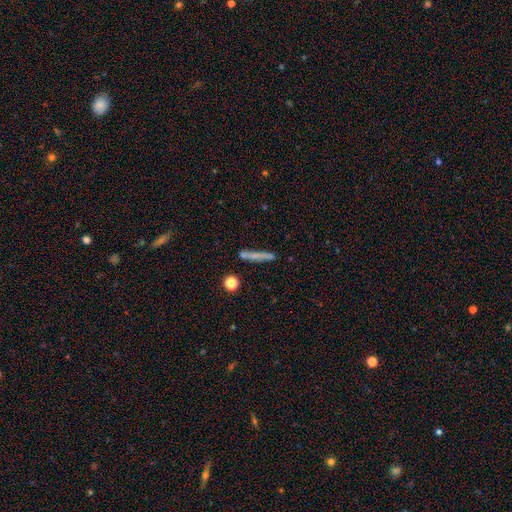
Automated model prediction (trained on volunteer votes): Morphology: type=smooth (58%); roundness=cigar-shaped (91%); merging=none (77%).